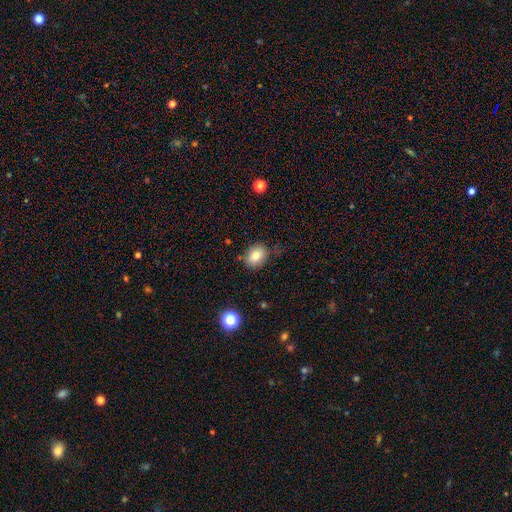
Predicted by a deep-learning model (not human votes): Smooth or featured? Predicted: smooth (p=0.81). How rounded? Predicted: in between (p=0.62). Merging? Predicted: none (p=0.78).